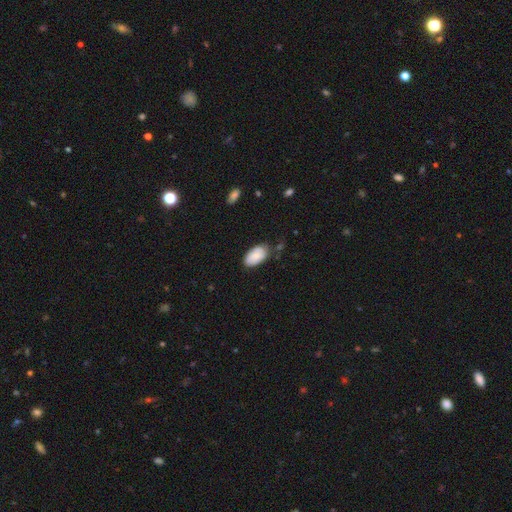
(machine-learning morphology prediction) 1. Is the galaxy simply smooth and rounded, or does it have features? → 75% smooth, 19% featured or disk, 7% star or artifact.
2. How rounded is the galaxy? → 95% in between, 3% round, 2% cigar-shaped.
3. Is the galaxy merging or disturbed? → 69% none, 23% minor disturbance, 4% major disturbance, 3% merger.